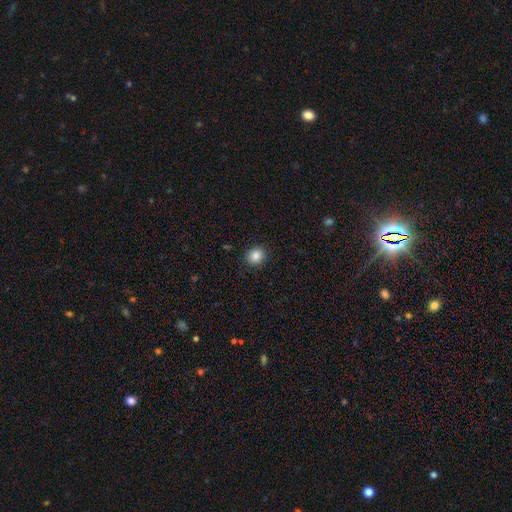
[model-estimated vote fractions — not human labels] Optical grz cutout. It shows a smooth galaxy with no disk features (86%) that is round (76%). Merging: none (90%).